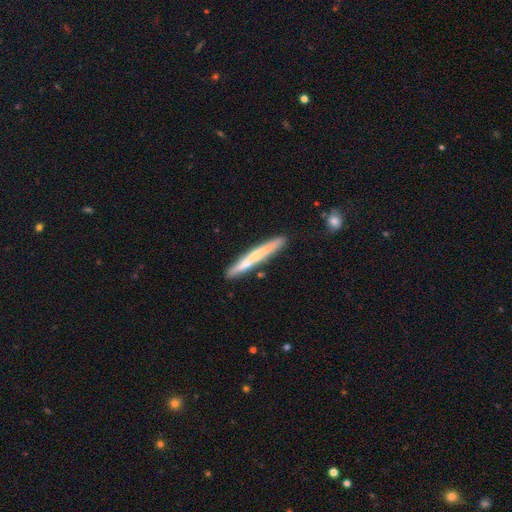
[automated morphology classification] This is possibly a featured or disk galaxy (48%). Merging: clearly none (82%).